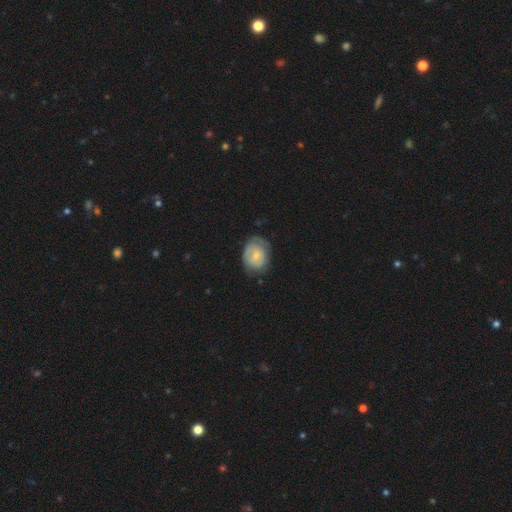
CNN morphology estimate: smooth 52%, featured or disk 41%, star or artifact 7%. Down the decision tree: how rounded — in between (53%); merging — none (54%).